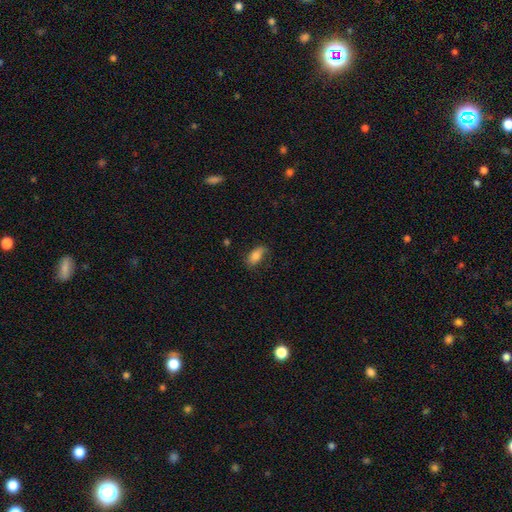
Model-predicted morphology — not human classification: Smooth or featured: smooth — 77% (featured or disk — 16%)
How rounded: in between — 86% (cigar-shaped — 10%)
Merging: none — 71% (minor disturbance — 22%)